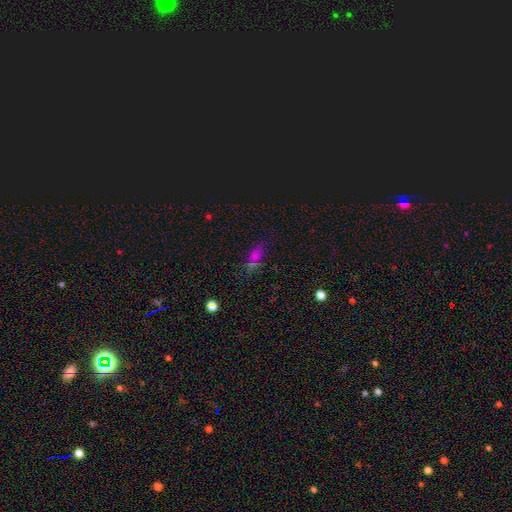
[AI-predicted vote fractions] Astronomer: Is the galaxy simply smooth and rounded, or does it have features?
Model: smooth — 52% (runner-up: star or artifact, 33%).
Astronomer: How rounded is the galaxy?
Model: in between — 61%.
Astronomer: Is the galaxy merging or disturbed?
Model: none — 62%.